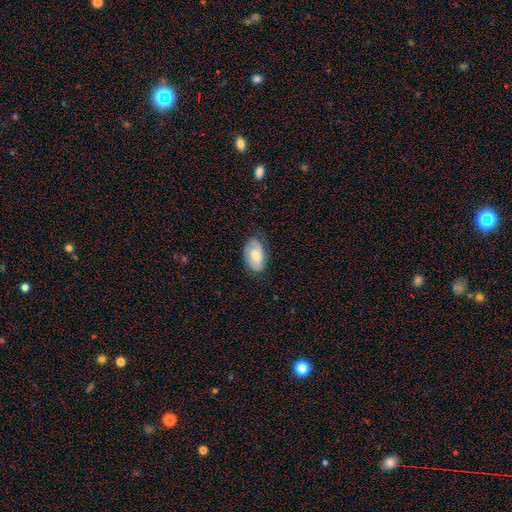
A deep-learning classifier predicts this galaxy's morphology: Overall: smooth (55%; featured or disk 39%). How rounded: in between (92%). Merging: none (73%).